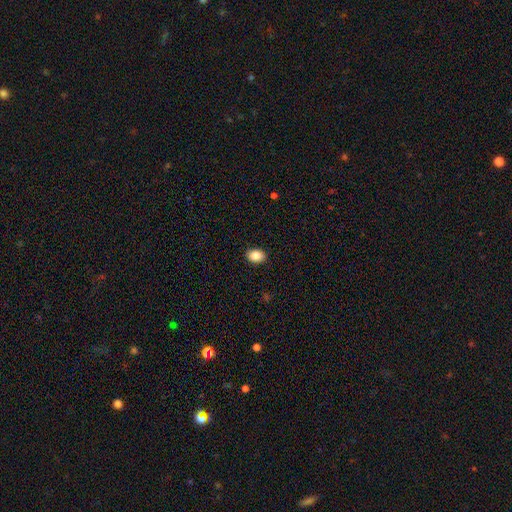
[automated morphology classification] Smooth or featured?
  - smooth: 85% *
  - star or artifact: 8%
  - featured or disk: 6%
How rounded?
  - in between: 75% *
  - round: 24%
  - cigar-shaped: 1%
Merging?
  - none: 90% *
  - minor disturbance: 7%
  - major disturbance: 2%
  - merger: 1%